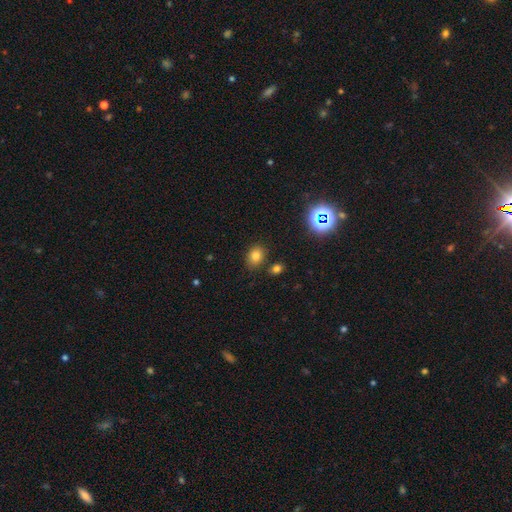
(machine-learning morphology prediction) The model was most divided on "how rounded": in between: 58%, round: 41%, cigar-shaped: 1%. More confident: merging — none (78%); smooth or featured — smooth (77%).